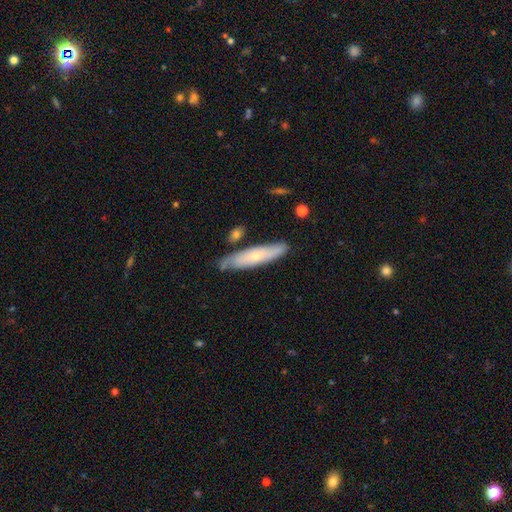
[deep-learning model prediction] This appears to be a smooth galaxy with no disk features (50%) that is cigar-shaped (77%). Merging: none (72%).